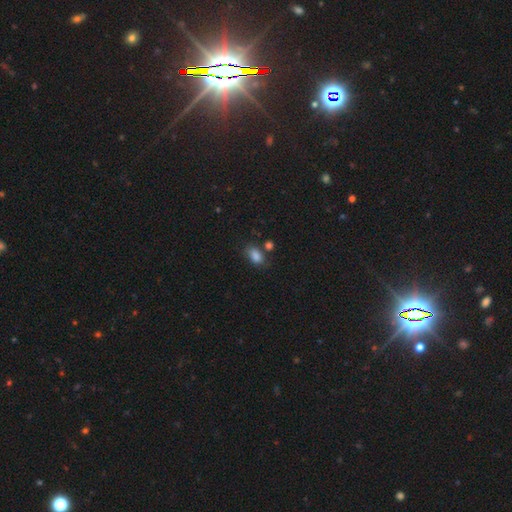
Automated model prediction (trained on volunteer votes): This appears to be a smooth galaxy with no disk features (85%) that is in between round and cigar-shaped (86%). Merging: none (64%).